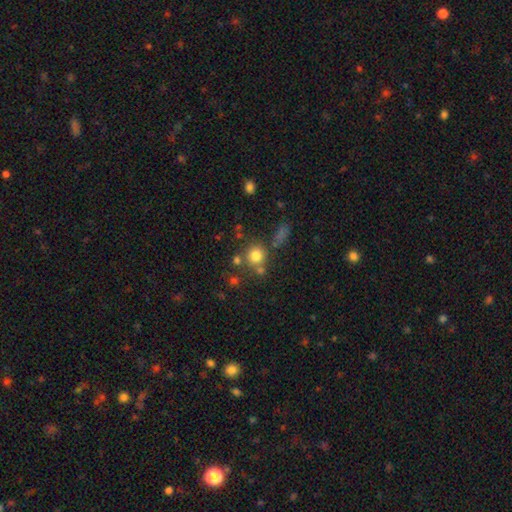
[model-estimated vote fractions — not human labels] The model was most divided on "merging": none: 68%, merger: 16%, minor disturbance: 11%, major disturbance: 5%. More confident: how rounded — round (89%); smooth or featured — smooth (77%).